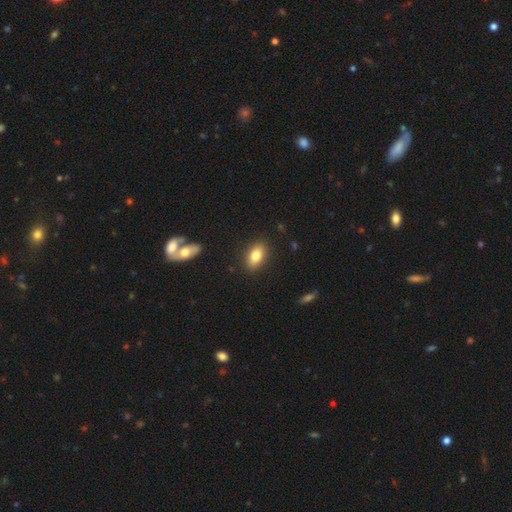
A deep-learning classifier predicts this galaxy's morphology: Smooth or featured? smooth (80%)
How rounded? in between (88%)
Merging? none (88%)